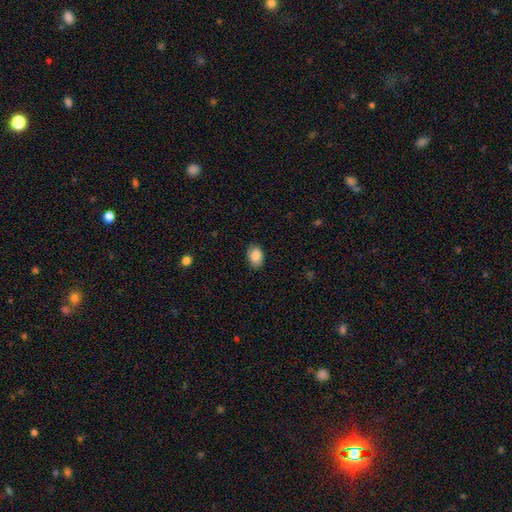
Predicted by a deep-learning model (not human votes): Morphology: type=smooth (86%); roundness=in between (80%); merging=none (83%).